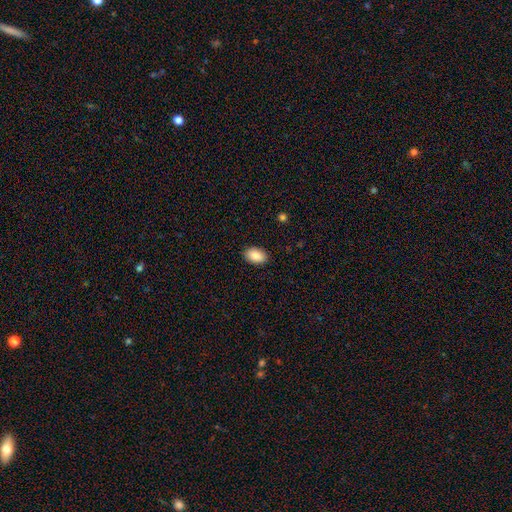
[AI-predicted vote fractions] Overall: smooth (88%). How rounded: in between (90%). Merging: none (89%).